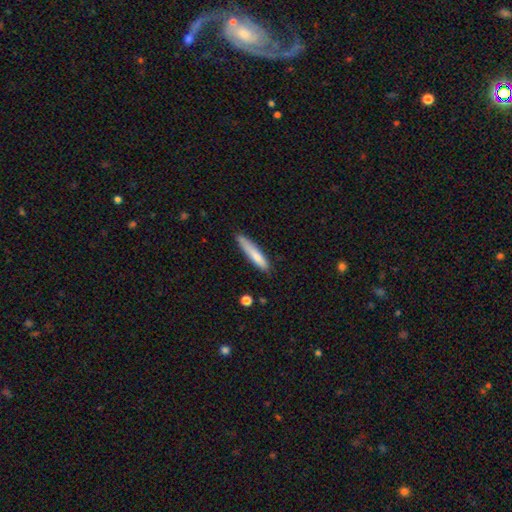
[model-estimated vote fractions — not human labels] Morphology: type=smooth (76%); roundness=cigar-shaped (88%); merging=none (72%).